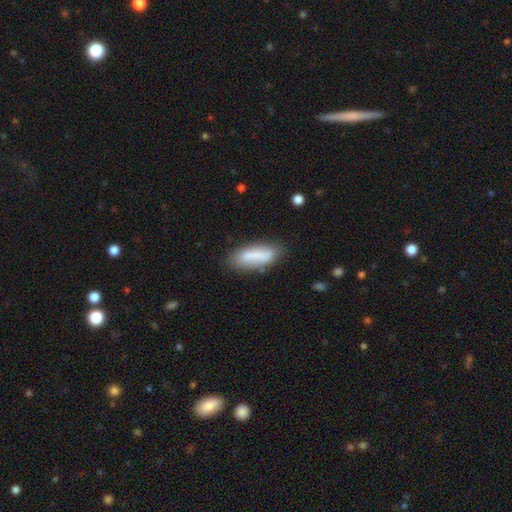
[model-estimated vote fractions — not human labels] A smooth galaxy with no disk features (75%) that is in between round and cigar-shaped (63%).

Vote fractions:
- Smooth or featured? smooth: 75% / featured or disk: 18% / star or artifact: 7%
- How rounded? in between: 63% / cigar-shaped: 35% / round: 2%
- Merging? none: 71% / minor disturbance: 19% / merger: 5% / major disturbance: 5%